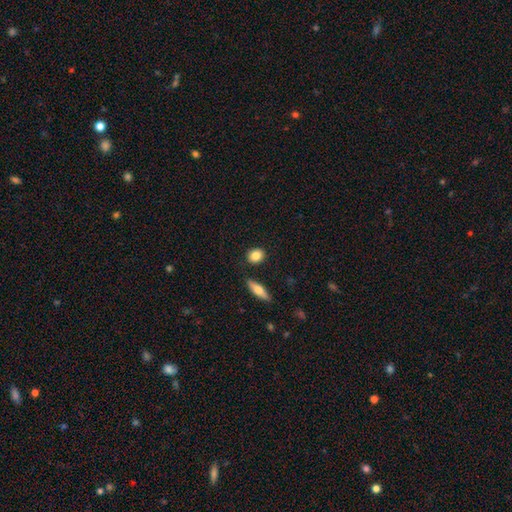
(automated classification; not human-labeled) The model was most divided on "how rounded": round: 63%, in between: 34%, cigar-shaped: 4%. More confident: merging — none (86%); smooth or featured — smooth (82%).